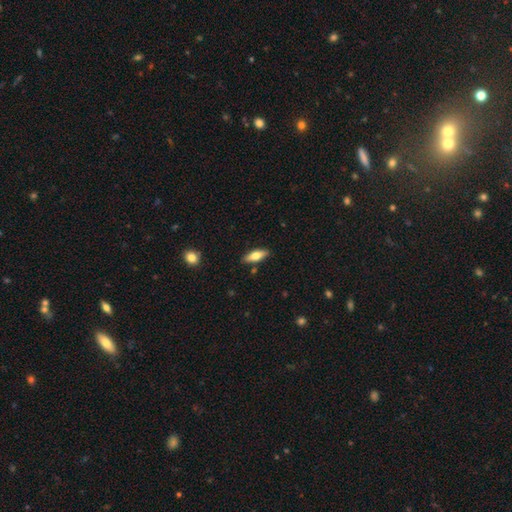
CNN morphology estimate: This appears to be a smooth galaxy with no disk features (62%) that is in between round and cigar-shaped (60%). Merging: none (86%).